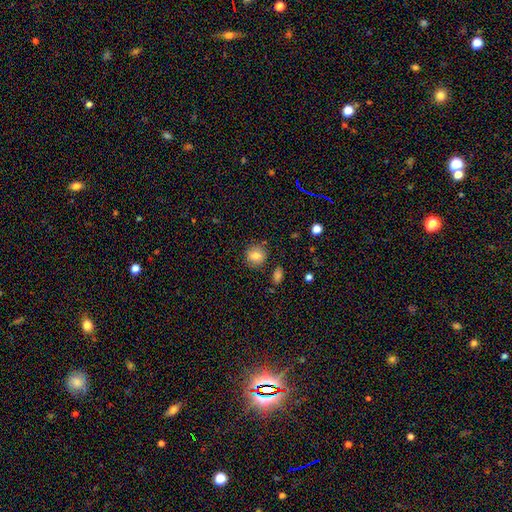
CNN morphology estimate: Smooth or featured: smooth — 82% (star or artifact — 10%)
How rounded: round — 82% (in between — 17%)
Merging: none — 83% (minor disturbance — 11%)